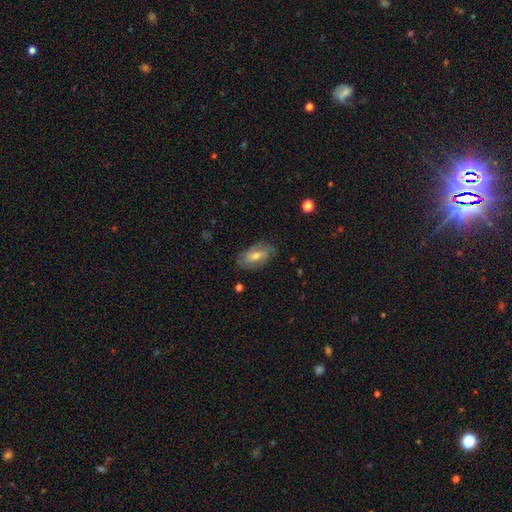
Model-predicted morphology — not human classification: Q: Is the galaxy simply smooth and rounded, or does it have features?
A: featured or disk — 56%.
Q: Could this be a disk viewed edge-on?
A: no — 89%.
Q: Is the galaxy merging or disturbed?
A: none — 78%.